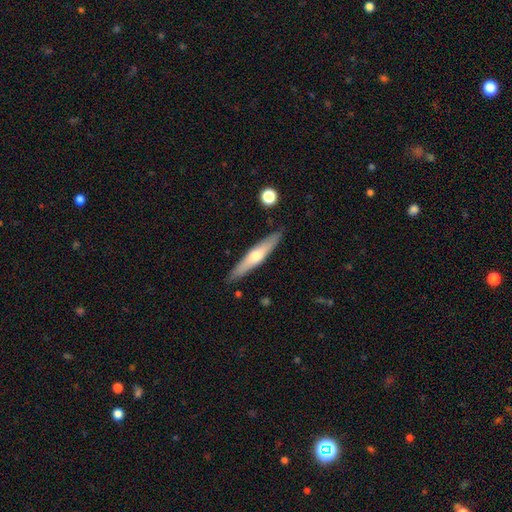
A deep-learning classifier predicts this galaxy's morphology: type=featured or disk (50%); edge-on=yes (91%); merging=none (88%).